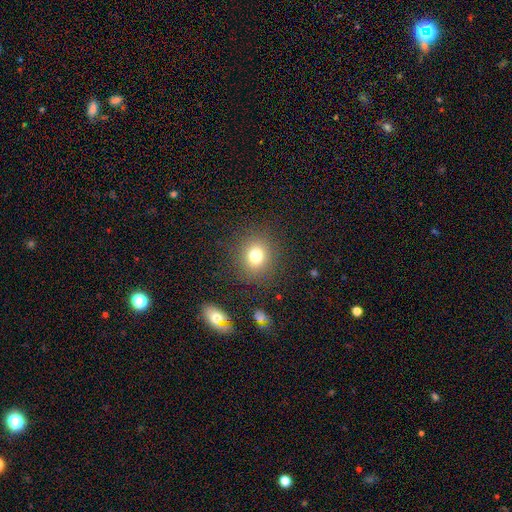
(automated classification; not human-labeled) Smooth or featured? smooth (77%)
How rounded? round (75%)
Merging? none (86%)